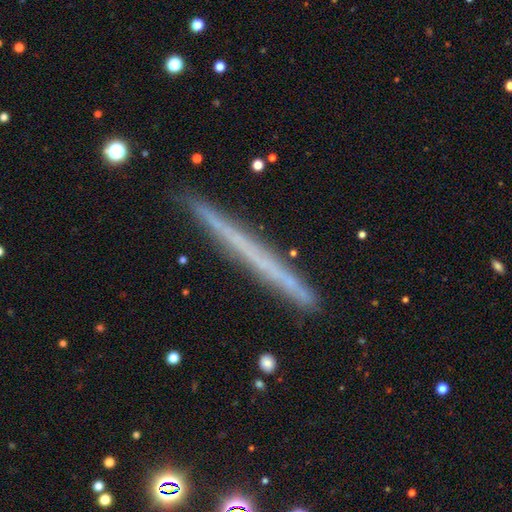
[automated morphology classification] Smooth or featured? featured or disk (53%)
Edge-on disk? yes (97%)
Edge-on bulge? none (94%)
Merging? none (90%)